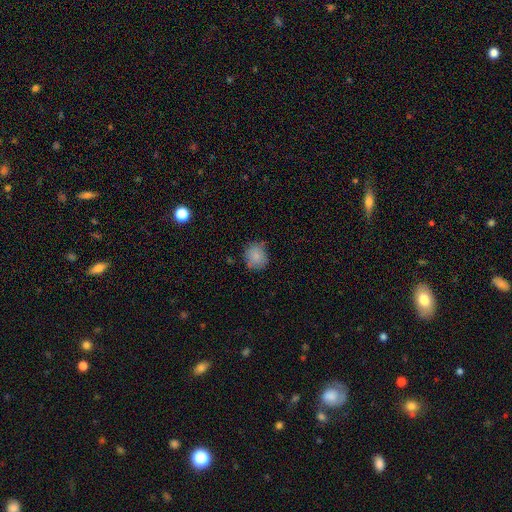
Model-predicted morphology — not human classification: Smooth or featured? smooth (84%)
How rounded? round (78%)
Merging? none (73%)